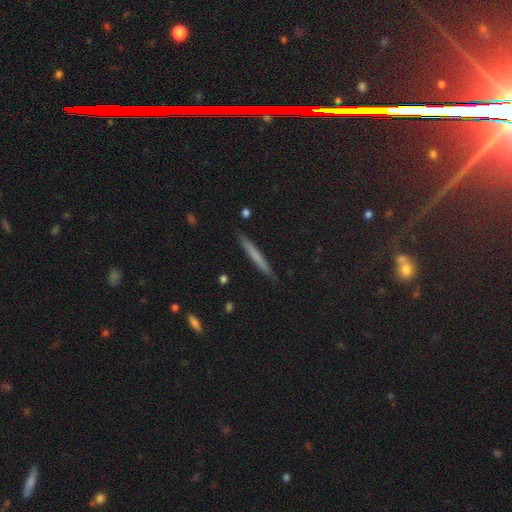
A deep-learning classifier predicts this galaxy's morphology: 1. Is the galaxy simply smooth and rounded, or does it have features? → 62% smooth, 30% featured or disk, 8% star or artifact.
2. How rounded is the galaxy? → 96% cigar-shaped, 3% in between, 2% round.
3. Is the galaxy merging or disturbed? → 88% none, 9% minor disturbance, 2% major disturbance, 1% merger.